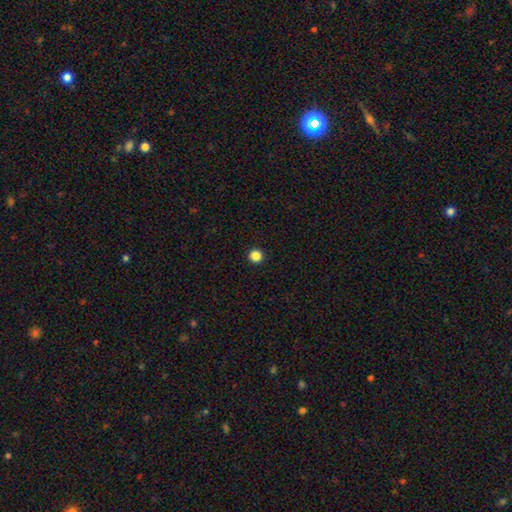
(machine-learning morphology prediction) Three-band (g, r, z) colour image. It shows a smooth galaxy with no disk features (86%) that is round (96%). Merging: none (94%).